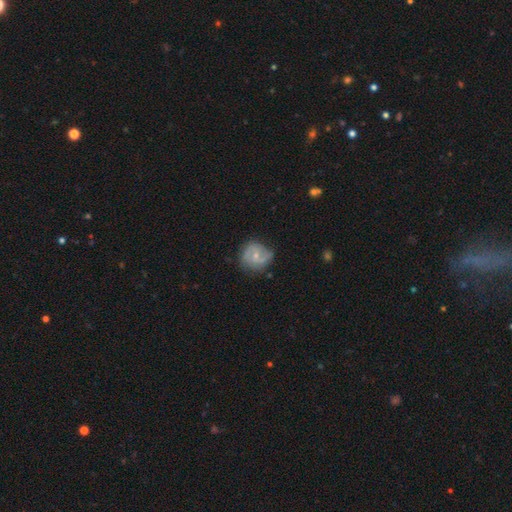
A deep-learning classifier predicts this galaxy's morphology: smooth-or-featured: featured or disk: 59% | smooth: 34% | star or artifact: 7%
  disk-edge-on: no: 97% | yes: 3%
    bar: no: 63% | weak: 31% | strong: 6%
    has-spiral-arms: yes: 80% | no: 20%
    bulge-size: small: 57% | moderate: 39% | none: 2% | large: 1% | dominant: 1%
  merging: none: 62% | minor disturbance: 27% | major disturbance: 9% | merger: 2%